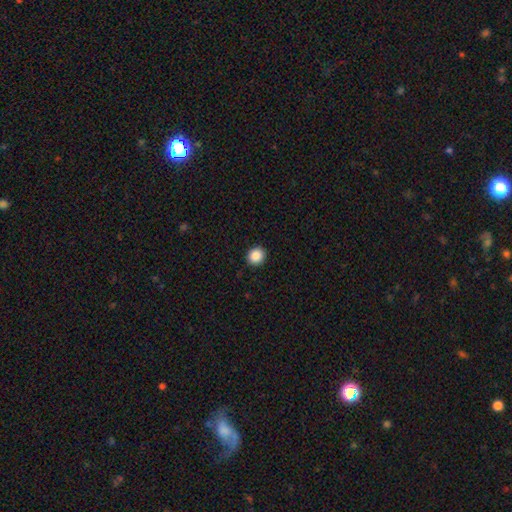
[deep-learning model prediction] smooth-or-featured: smooth: 88% | star or artifact: 9% | featured or disk: 3%
  how-rounded: round: 85% | in between: 14% | cigar-shaped: 1%
  merging: none: 92% | minor disturbance: 5% | major disturbance: 2% | merger: 1%